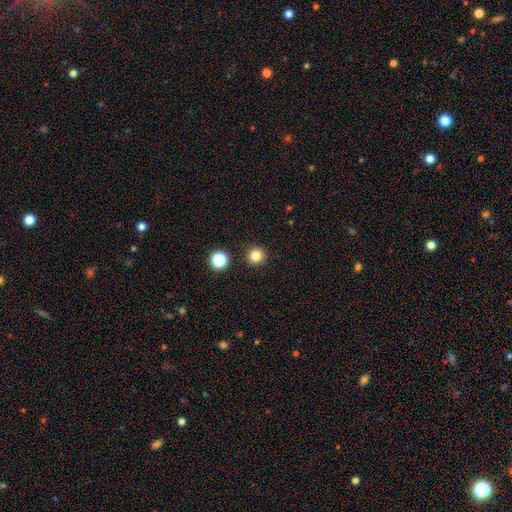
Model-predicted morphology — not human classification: A smooth galaxy with no disk features (82%) that is round (95%). Merging: none (91%).